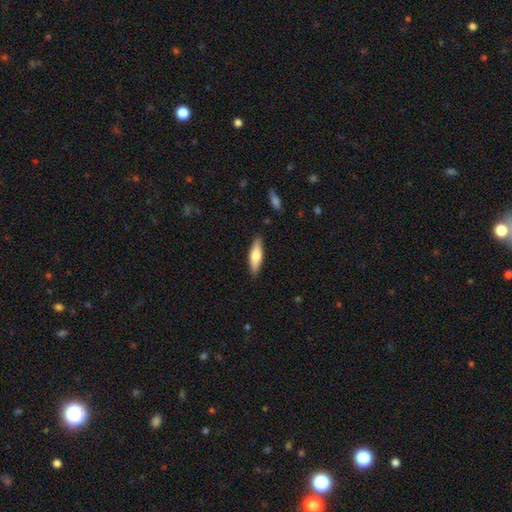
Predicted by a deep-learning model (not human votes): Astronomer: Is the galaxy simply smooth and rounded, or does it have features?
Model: smooth — 66%.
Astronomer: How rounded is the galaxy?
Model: cigar-shaped — 53% (runner-up: in between, 45%).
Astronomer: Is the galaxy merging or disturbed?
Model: none — 87%.